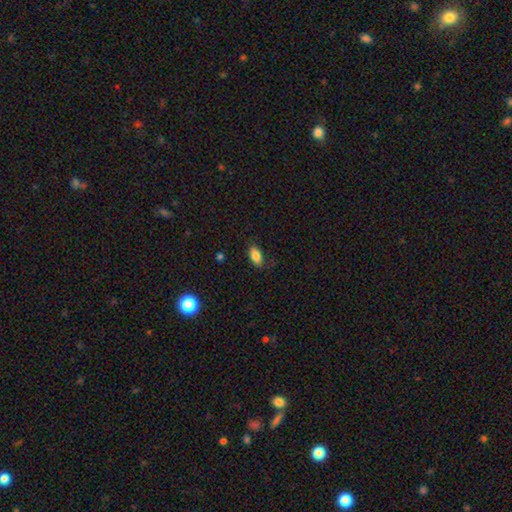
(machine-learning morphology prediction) Smooth or featured: smooth — 83% (featured or disk — 9%)
How rounded: in between — 88% (cigar-shaped — 7%)
Merging: none — 80% (minor disturbance — 15%)